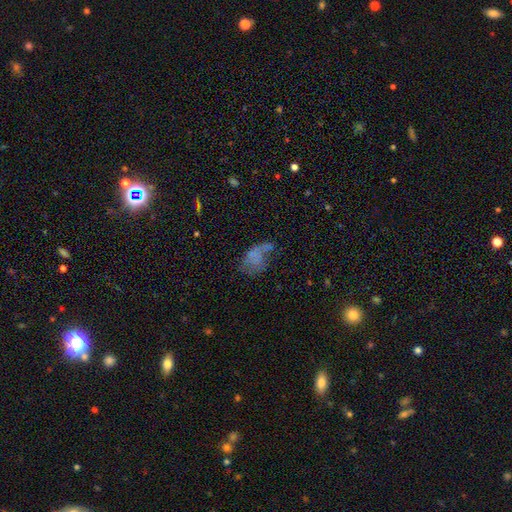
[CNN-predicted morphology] Q: Smooth or featured?
A: smooth (43%); runner-up: featured or disk (38%)
Q: Merging?
A: major disturbance (38%); runner-up: none (29%)